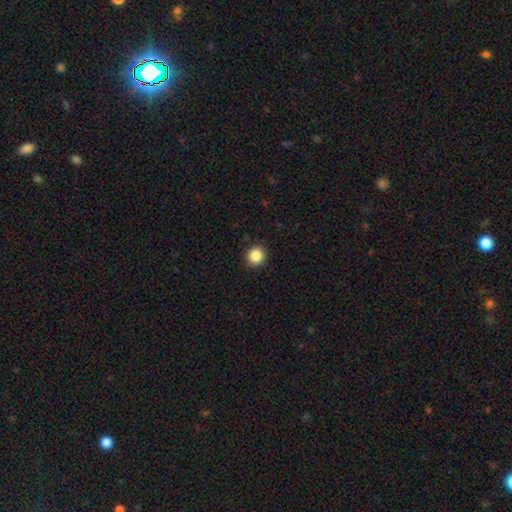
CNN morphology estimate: This appears to be a smooth galaxy with no disk features (87%) that is round (93%). Merging: none (92%).